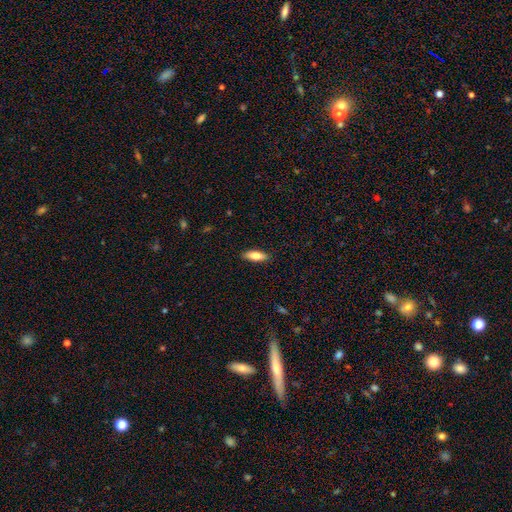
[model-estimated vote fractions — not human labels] Smooth or featured? smooth (74%)
How rounded? in between (65%)
Merging? none (89%)